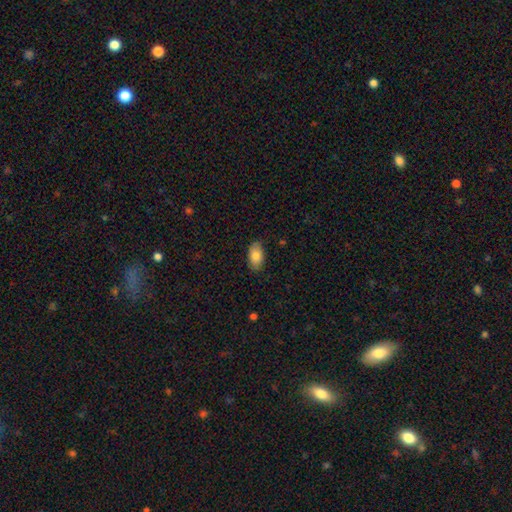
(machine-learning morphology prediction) Smooth or featured: smooth — 83% (featured or disk — 10%)
How rounded: in between — 94% (round — 4%)
Merging: none — 84% (minor disturbance — 12%)